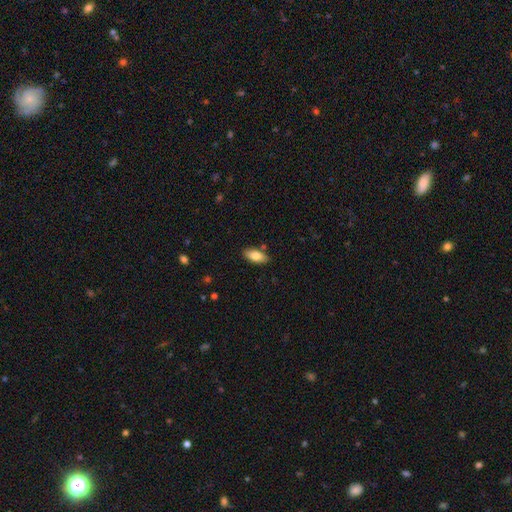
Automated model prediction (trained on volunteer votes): Morphology: type=smooth (80%); roundness=in between (88%); merging=none (84%).